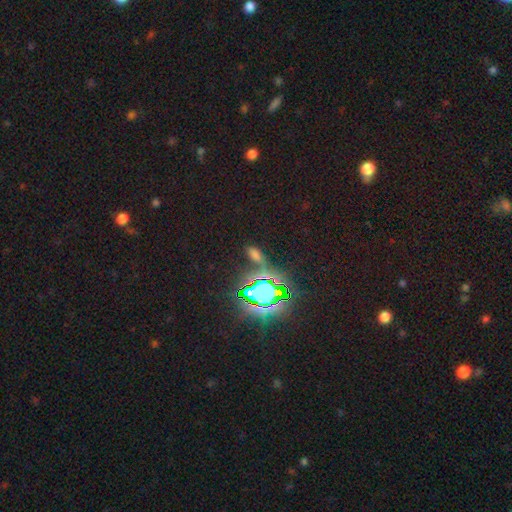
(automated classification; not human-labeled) Smooth or featured? star or artifact (49%)